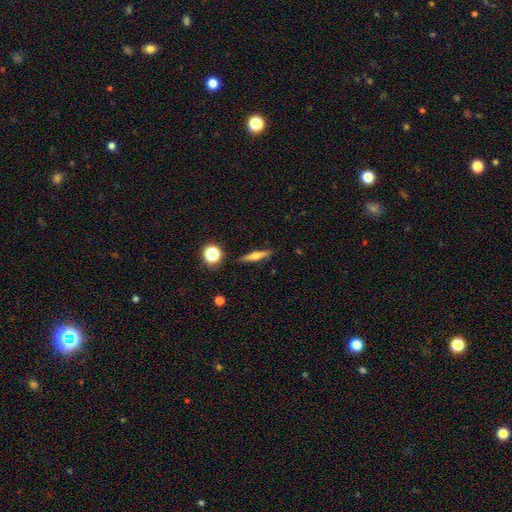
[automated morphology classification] A smooth galaxy with no disk features (47%).

Vote fractions:
- Smooth or featured? smooth: 47% / featured or disk: 44% / star or artifact: 9%
- Merging? none: 86% / minor disturbance: 9% / major disturbance: 2% / merger: 2%